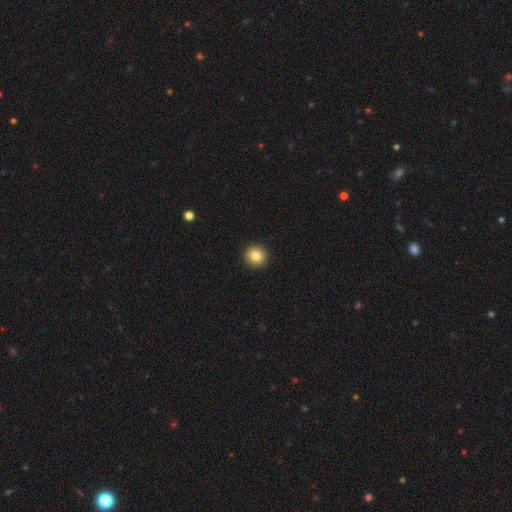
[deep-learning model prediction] Smooth or featured: smooth — 84% (star or artifact — 10%)
How rounded: round — 92% (in between — 7%)
Merging: none — 93% (minor disturbance — 5%)